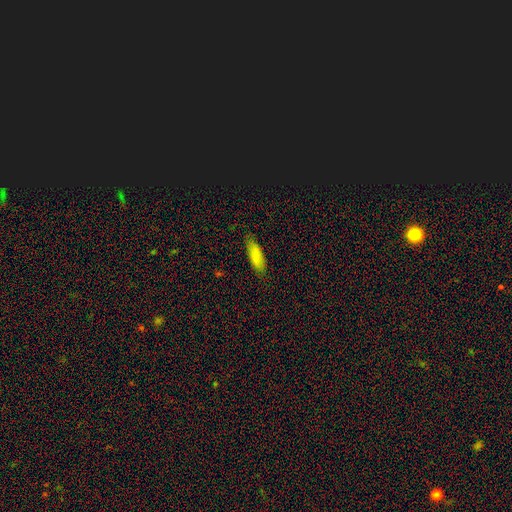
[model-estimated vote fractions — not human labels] The model was most divided on "how rounded": in between: 61%, cigar-shaped: 38%, round: 2%. More confident: smooth or featured — smooth (85%); merging — none (81%).